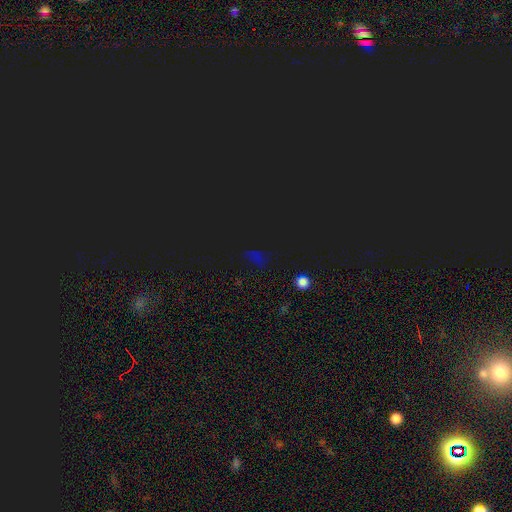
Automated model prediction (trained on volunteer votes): smooth_or_featured: star or artifact (p=0.70) [alt: smooth p=0.23]